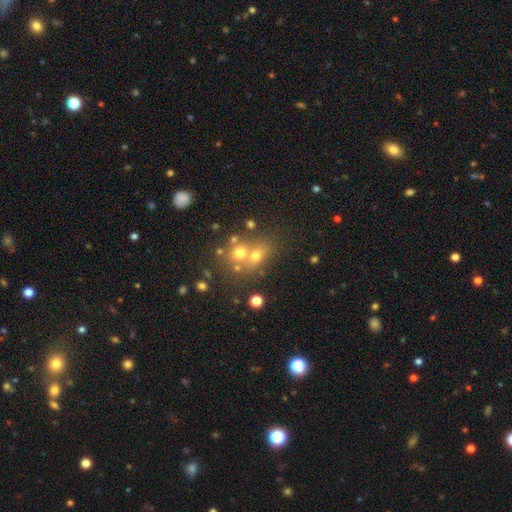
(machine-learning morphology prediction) Smooth or featured: smooth — 63% (featured or disk — 19%)
How rounded: round — 62% (in between — 36%)
Merging: merger — 48% (none — 39%)